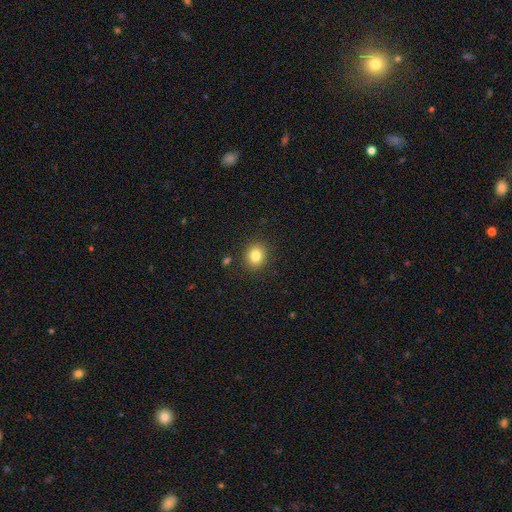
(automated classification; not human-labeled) This is clearly a smooth galaxy (83%). How rounded: likely round (69%). Merging: clearly none (88%).